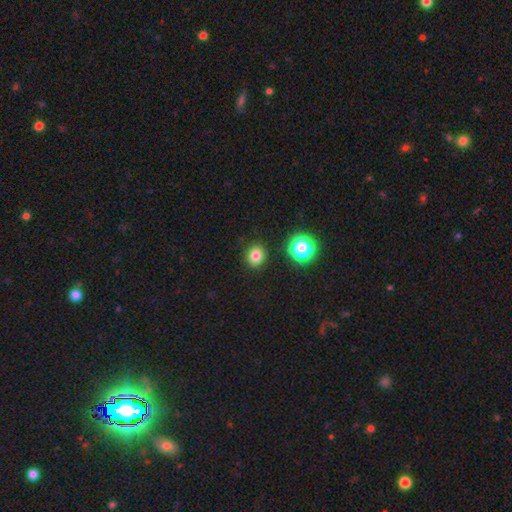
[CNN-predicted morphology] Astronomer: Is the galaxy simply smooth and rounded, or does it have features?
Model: smooth — 80%.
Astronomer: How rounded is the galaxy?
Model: round — 79%.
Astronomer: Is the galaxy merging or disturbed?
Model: none — 90%.